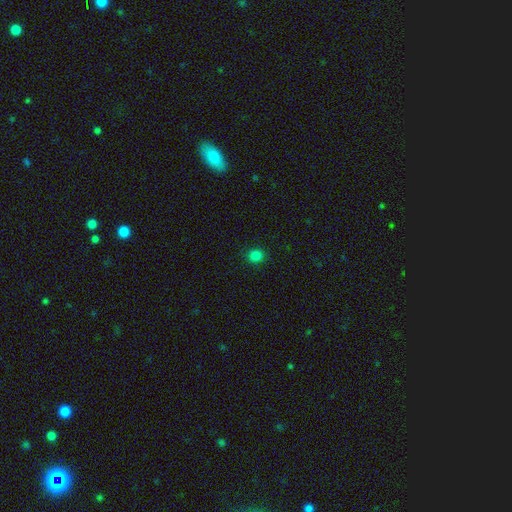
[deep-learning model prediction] A smooth galaxy with no disk features (82%) that is round (86%). Merging: none (90%).